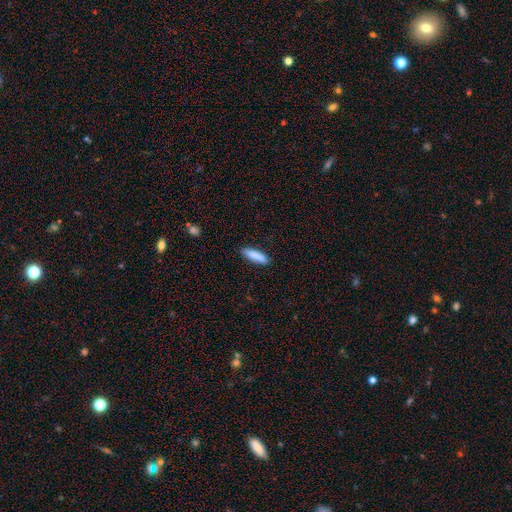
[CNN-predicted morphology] This appears to be a smooth galaxy with no disk features (87%) that is cigar-shaped (72%). Merging: none (88%).